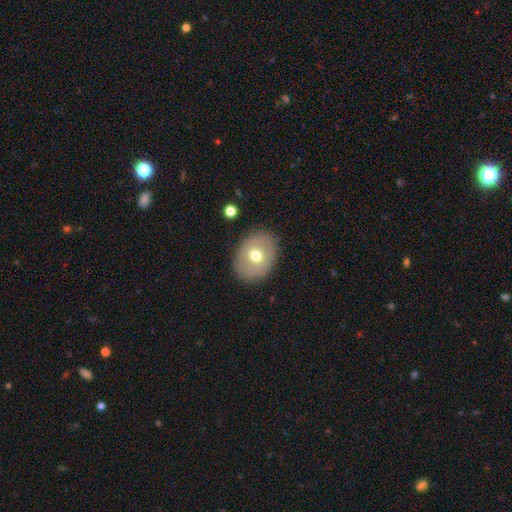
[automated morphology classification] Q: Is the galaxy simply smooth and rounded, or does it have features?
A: smooth — 60%.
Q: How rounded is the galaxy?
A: in between — 62%.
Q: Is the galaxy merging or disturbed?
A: none — 85%.